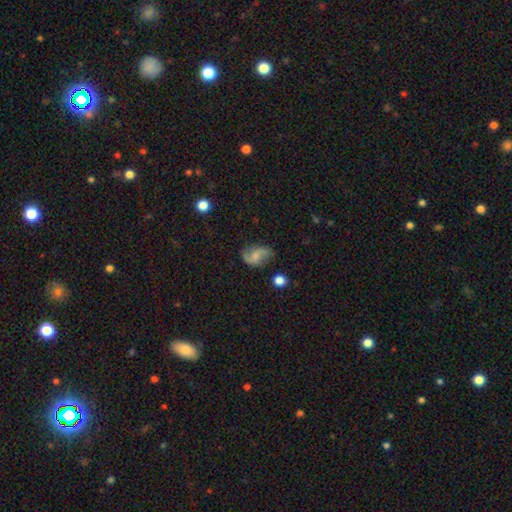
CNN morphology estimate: smooth_or_featured: featured or disk (p=0.62) [alt: smooth p=0.29]
disk_edge_on: no (p=0.97) [alt: yes p=0.03]
bar: no (p=0.45) [alt: weak p=0.42]
has_spiral_arms: yes (p=0.89) [alt: no p=0.11]
spiral_winding: loose (p=0.74) [alt: medium p=0.21]
spiral_arm_count: 2 (p=0.89) [alt: can't tell p=0.05]
bulge_size: small (p=0.43) [alt: none p=0.29]
merging: none (p=0.65) [alt: minor disturbance p=0.22]